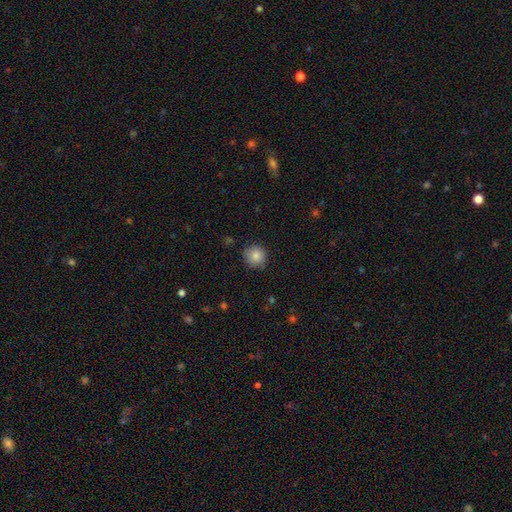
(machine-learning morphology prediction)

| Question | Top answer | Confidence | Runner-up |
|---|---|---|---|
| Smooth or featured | smooth | 84% | star or artifact (9%) |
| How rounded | round | 94% | in between (5%) |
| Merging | none | 87% | minor disturbance (9%) |